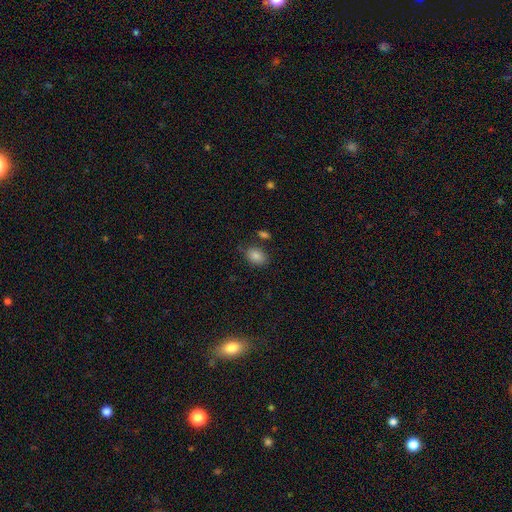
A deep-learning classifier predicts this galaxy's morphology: smooth 85%, star or artifact 9%, featured or disk 6%. Down the decision tree: how rounded — in between (79%); merging — none (73%).